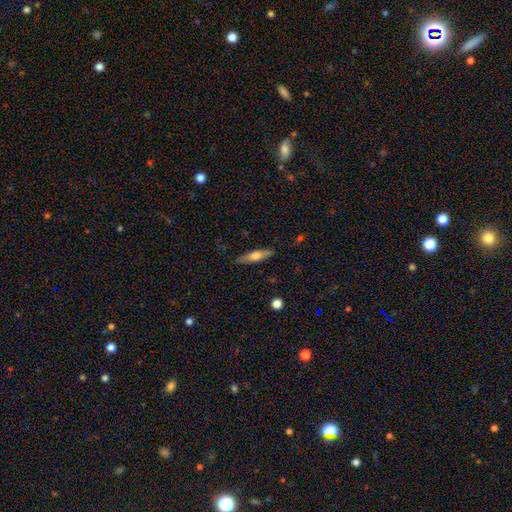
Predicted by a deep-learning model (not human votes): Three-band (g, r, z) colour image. It shows a smooth galaxy with no disk features (53%) that is cigar-shaped (74%). Merging: none (85%).